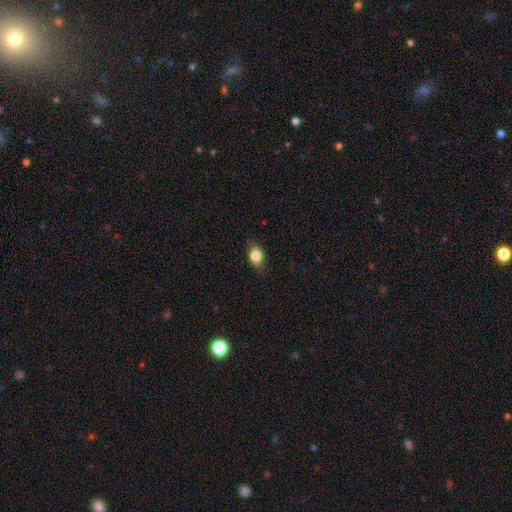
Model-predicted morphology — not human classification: This is clearly a smooth galaxy (84%). How rounded: likely in between (70%). Merging: likely none (77%).